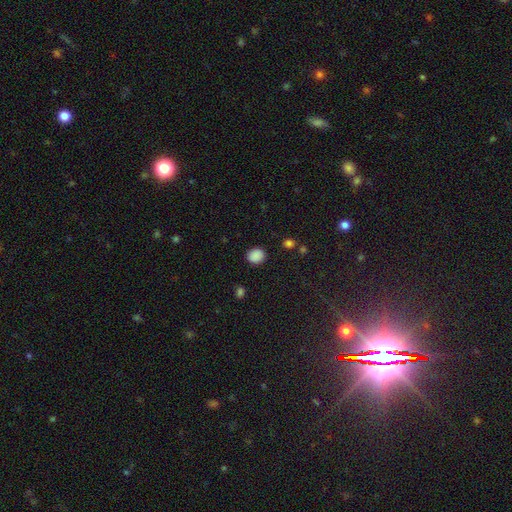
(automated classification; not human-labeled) Smooth or featured? Predicted: smooth (p=0.87). How rounded? Predicted: round (p=0.71). Merging? Predicted: none (p=0.87).